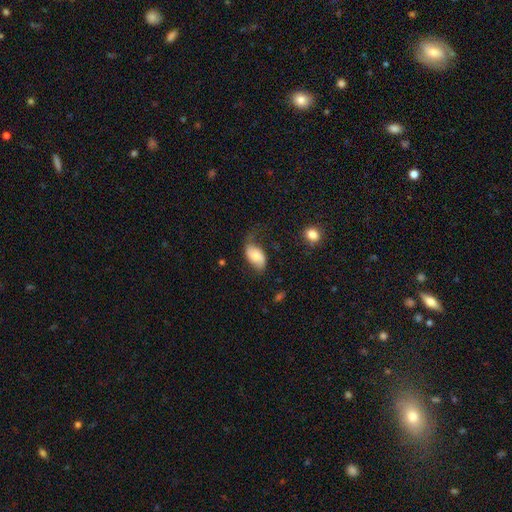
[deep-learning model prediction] smooth-or-featured: smooth: 56% | featured or disk: 37% | star or artifact: 7%
  how-rounded: in between: 93% | round: 5% | cigar-shaped: 2%
  merging: none: 48% | minor disturbance: 33% | major disturbance: 17% | merger: 2%